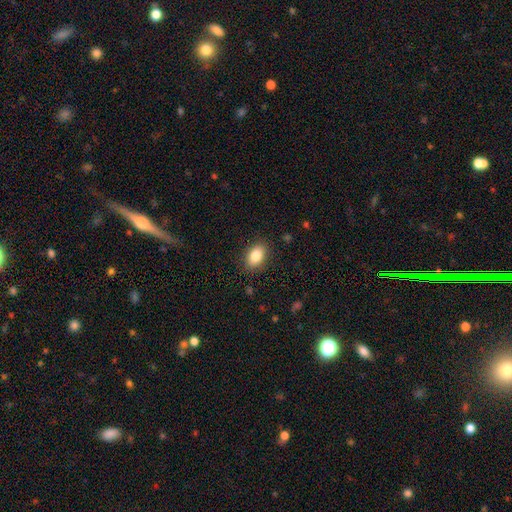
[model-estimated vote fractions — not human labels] smooth_or_featured: smooth (p=0.85) [alt: star or artifact p=0.08]
how_rounded: in between (p=0.87) [alt: round p=0.12]
merging: none (p=0.87) [alt: minor disturbance p=0.09]